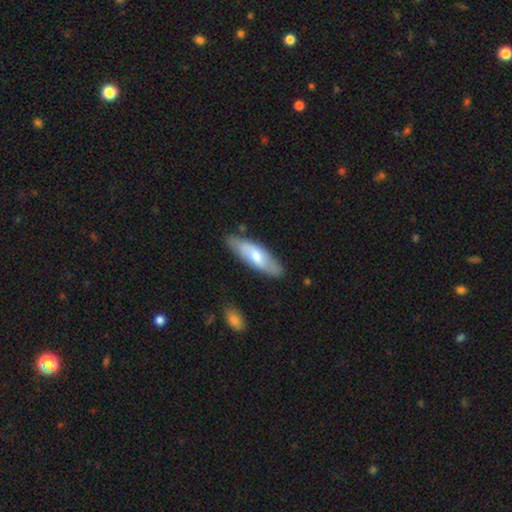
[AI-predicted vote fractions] This is possibly a smooth galaxy (58%). How rounded: possibly in between (52%). Merging: clearly none (82%).